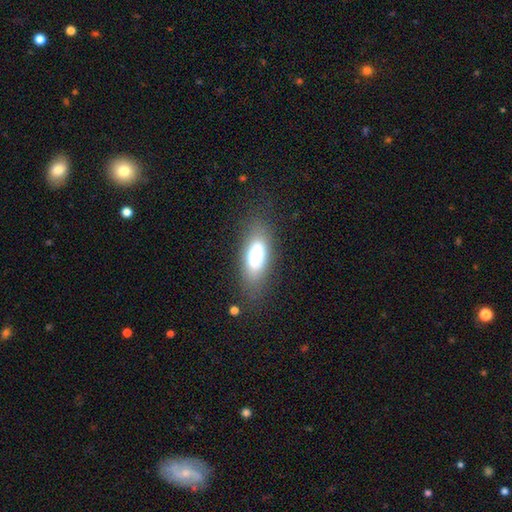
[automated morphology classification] Smooth or featured?
  - smooth: 77% *
  - featured or disk: 15%
  - star or artifact: 8%
How rounded?
  - in between: 73% *
  - cigar-shaped: 25%
  - round: 3%
Merging?
  - none: 75% *
  - minor disturbance: 16%
  - major disturbance: 7%
  - merger: 2%